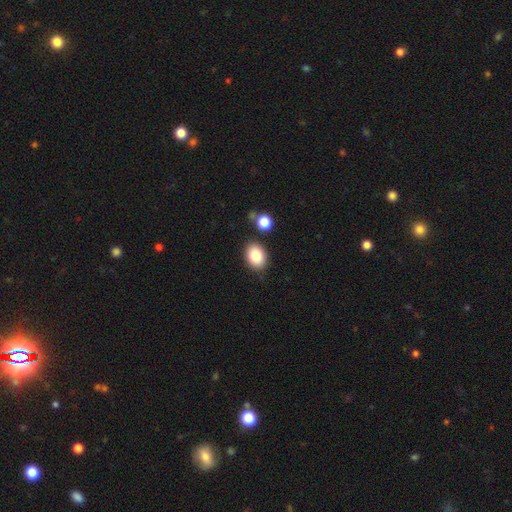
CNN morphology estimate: type=smooth (85%); roundness=in between (73%); merging=none (83%).